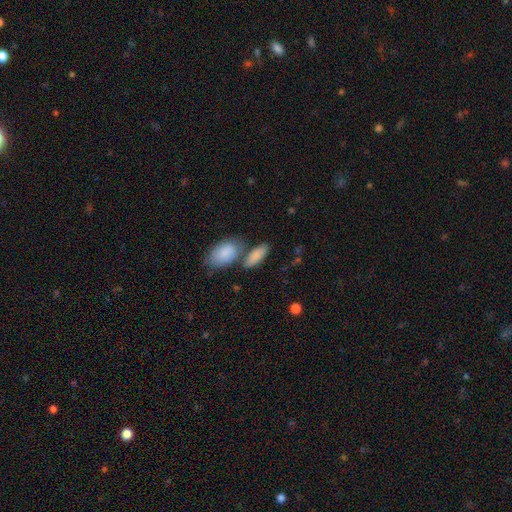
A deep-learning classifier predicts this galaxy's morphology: type=smooth (86%); roundness=in between (82%); merging=none (57%).